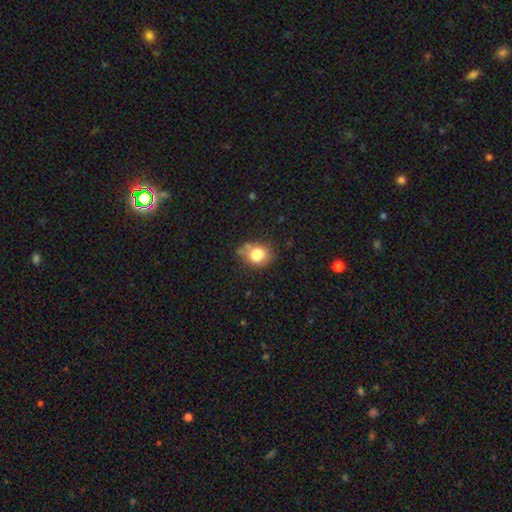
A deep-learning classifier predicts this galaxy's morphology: The model was most divided on "how rounded": in between: 56%, round: 43%, cigar-shaped: 1%. Remaining: smooth or featured — smooth (79%); merging — none (50%).